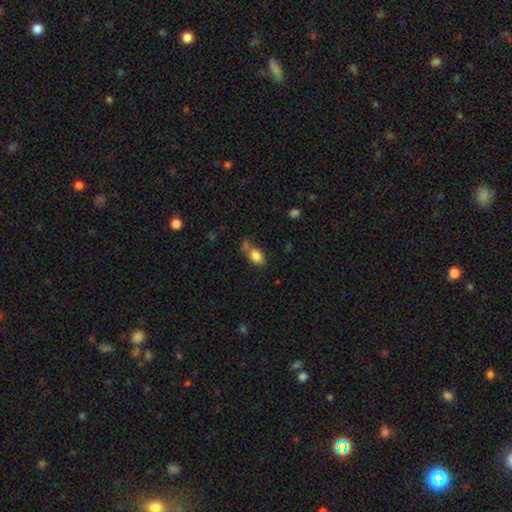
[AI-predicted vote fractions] smooth_or_featured: smooth (p=0.83) [alt: star or artifact p=0.09]
how_rounded: in between (p=0.78) [alt: round p=0.19]
merging: none (p=0.53) [alt: minor disturbance p=0.22]